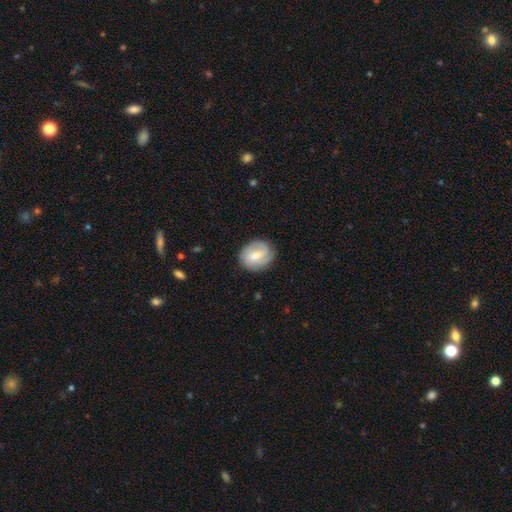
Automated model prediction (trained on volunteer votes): A smooth galaxy with no disk features (49%).

Vote fractions:
- Smooth or featured? smooth: 49% / featured or disk: 44% / star or artifact: 6%
- Merging? none: 80% / minor disturbance: 15% / major disturbance: 4% / merger: 1%